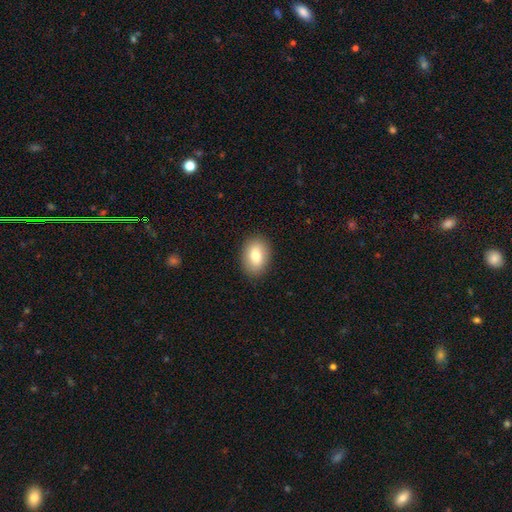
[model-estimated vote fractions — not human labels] smooth_or_featured: smooth (p=0.79) [alt: featured or disk p=0.14]
how_rounded: in between (p=0.78) [alt: round p=0.21]
merging: none (p=0.89) [alt: minor disturbance p=0.08]